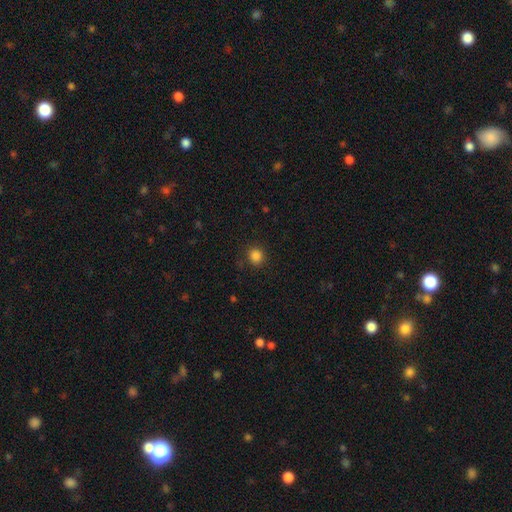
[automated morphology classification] smooth-or-featured: smooth: 84% | star or artifact: 12% | featured or disk: 3%
  how-rounded: round: 84% | in between: 15% | cigar-shaped: 1%
  merging: none: 87% | minor disturbance: 9% | major disturbance: 3% | merger: 1%